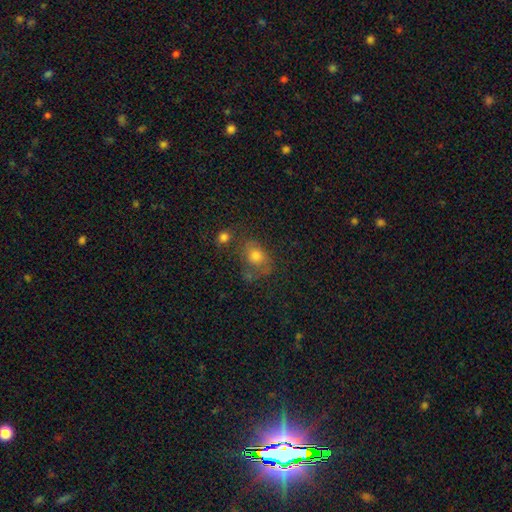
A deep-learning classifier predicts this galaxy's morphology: smooth-or-featured: smooth: 67% | featured or disk: 18% | star or artifact: 15%
  how-rounded: round: 52% | in between: 47% | cigar-shaped: 1%
  merging: none: 53% | minor disturbance: 22% | major disturbance: 13% | merger: 12%